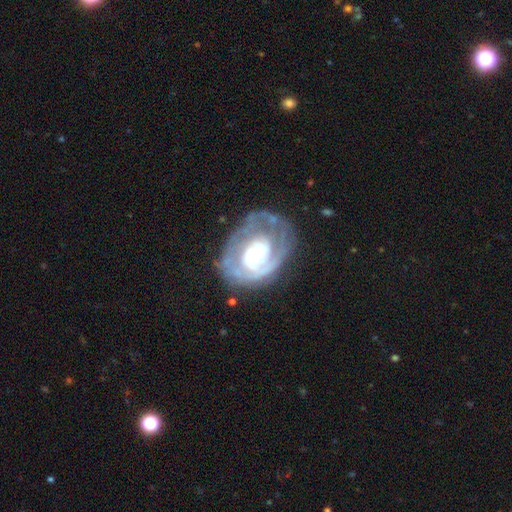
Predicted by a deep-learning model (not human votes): A featured or disk galaxy (83%) with no bar (65%), 2 (31%) tight (63%) spiral arms (89%) and a moderate central bulge (57%). Merging: none (58%).